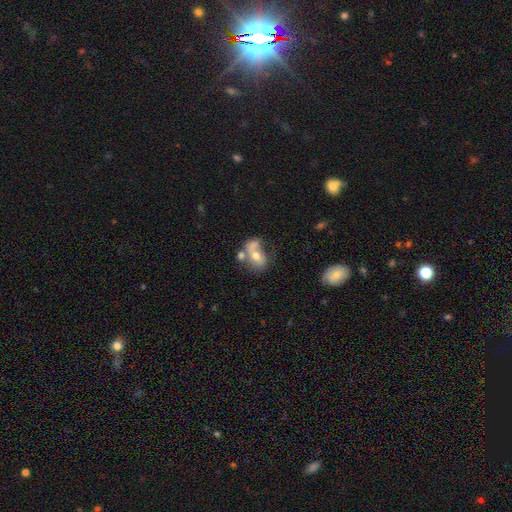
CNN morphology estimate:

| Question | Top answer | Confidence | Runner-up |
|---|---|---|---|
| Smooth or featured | smooth | 50% | featured or disk (39%) |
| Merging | merger | 46% | none (29%) |